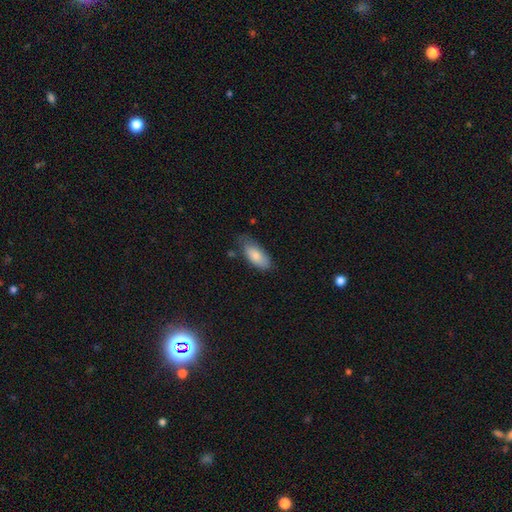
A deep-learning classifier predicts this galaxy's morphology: Smooth or featured? Predicted: smooth (p=0.82). How rounded? Predicted: in between (p=0.87). Merging? Predicted: none (p=0.58).